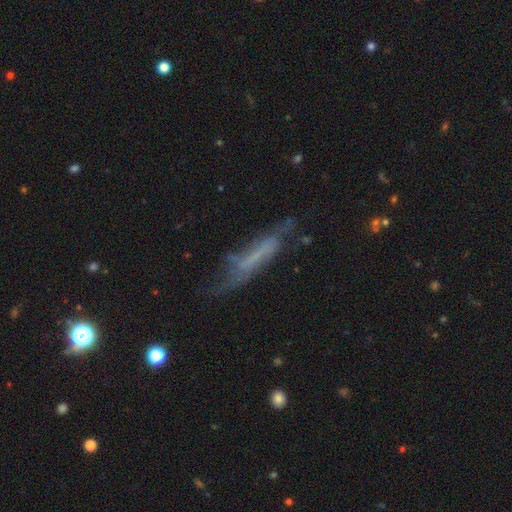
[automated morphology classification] This is possibly a featured or disk galaxy (53%). It is possibly viewed edge-on (51%). Merging: possibly none (50%).